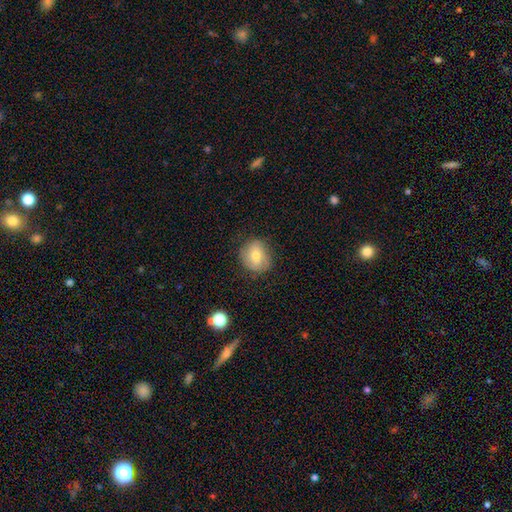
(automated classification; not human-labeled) This appears to be a smooth galaxy with no disk features (68%) that is round (75%). Merging: none (76%).